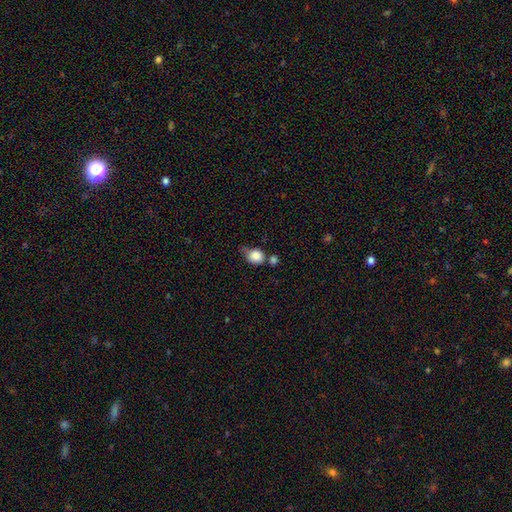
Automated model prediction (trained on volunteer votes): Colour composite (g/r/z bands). It shows a smooth galaxy with no disk features (83%) that is round (70%). Merging: none (41%).